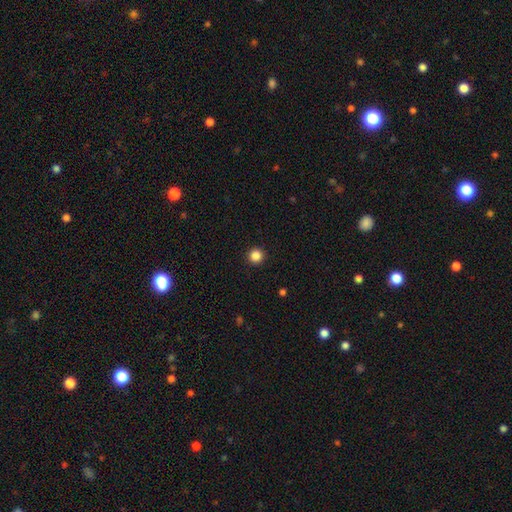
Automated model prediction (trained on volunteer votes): A smooth galaxy with no disk features (86%) that is round (96%).

Vote fractions:
- Smooth or featured? smooth: 86% / star or artifact: 11% / featured or disk: 3%
- How rounded? round: 96% / in between: 3% / cigar-shaped: 1%
- Merging? none: 94% / minor disturbance: 4% / major disturbance: 1% / merger: 1%